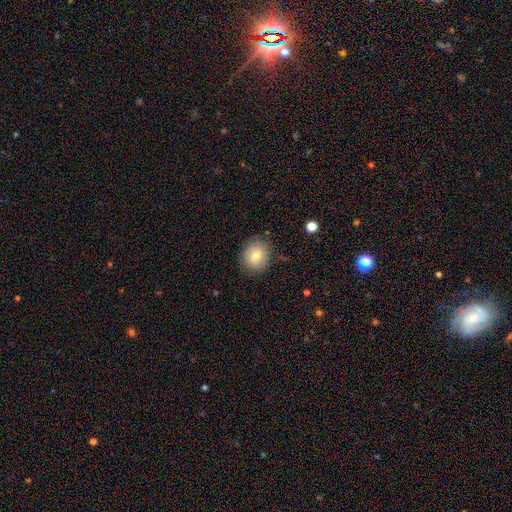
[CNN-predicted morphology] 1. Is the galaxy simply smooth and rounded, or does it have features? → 74% smooth, 17% featured or disk, 9% star or artifact.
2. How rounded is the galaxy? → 66% round, 33% in between, 1% cigar-shaped.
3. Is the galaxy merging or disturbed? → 84% none, 12% minor disturbance, 3% major disturbance, 1% merger.